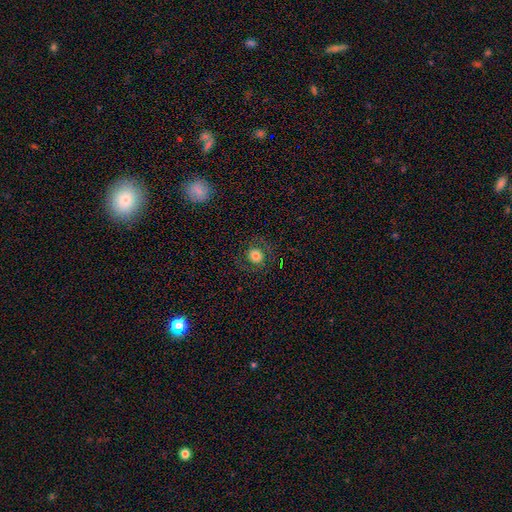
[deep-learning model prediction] Smooth or featured: smooth — 70% (featured or disk — 18%)
How rounded: round — 85% (in between — 14%)
Merging: none — 82% (minor disturbance — 10%)